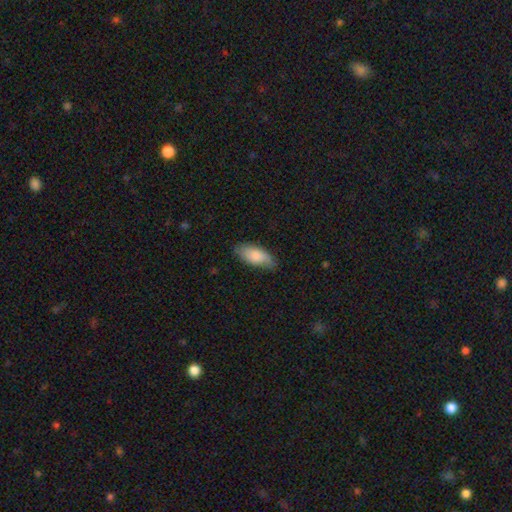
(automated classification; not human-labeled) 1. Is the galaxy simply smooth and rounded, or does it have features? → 82% smooth, 12% featured or disk, 6% star or artifact.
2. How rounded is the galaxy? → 86% in between, 12% cigar-shaped, 2% round.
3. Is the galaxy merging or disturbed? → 75% none, 21% minor disturbance, 4% major disturbance, 1% merger.